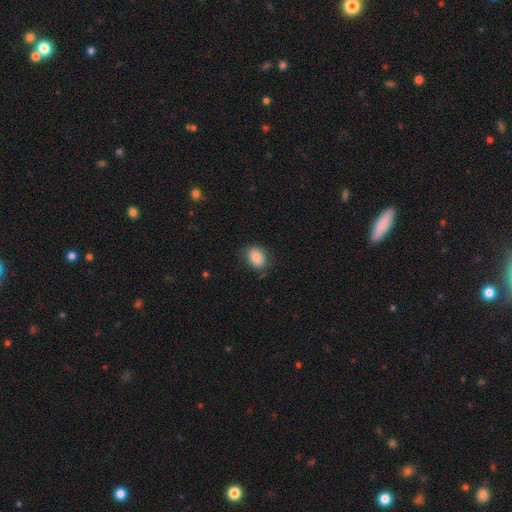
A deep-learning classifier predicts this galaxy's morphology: Smooth or featured?
  - smooth: 85% *
  - star or artifact: 8%
  - featured or disk: 7%
How rounded?
  - in between: 66% *
  - round: 33%
  - cigar-shaped: 1%
Merging?
  - none: 76% *
  - minor disturbance: 18%
  - major disturbance: 5%
  - merger: 1%